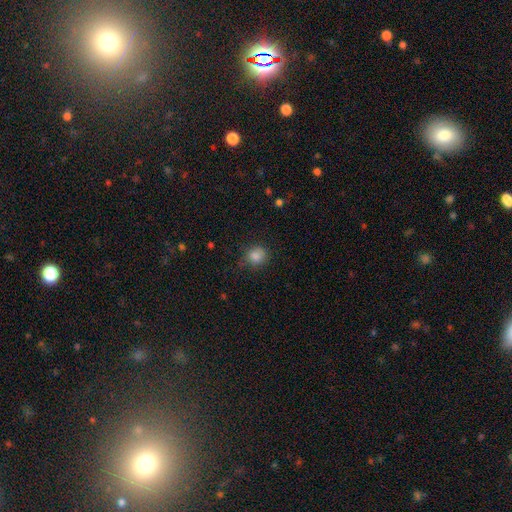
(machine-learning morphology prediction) A smooth galaxy with no disk features (83%) that is round (79%).

Vote fractions:
- Smooth or featured? smooth: 83% / star or artifact: 10% / featured or disk: 6%
- How rounded? round: 79% / in between: 20% / cigar-shaped: 1%
- Merging? none: 68% / minor disturbance: 24% / major disturbance: 6% / merger: 2%